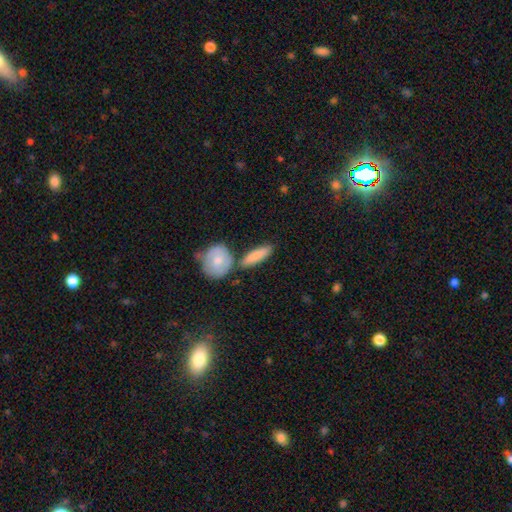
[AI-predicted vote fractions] Overall: smooth (81%). How rounded: cigar-shaped (56%; in between 39%). Merging: none (70%).